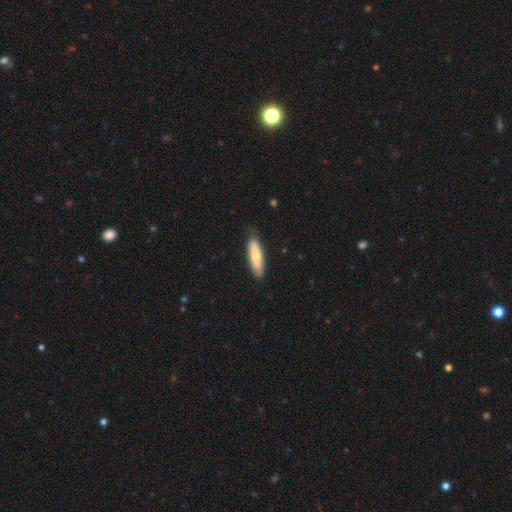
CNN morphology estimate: This is likely a smooth galaxy (69%). How rounded: likely cigar-shaped (65%). Merging: clearly none (80%).